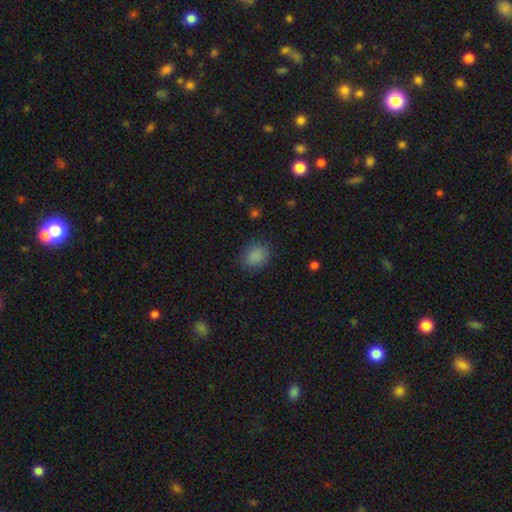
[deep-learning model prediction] A smooth galaxy with no disk features (86%) that is round (54%).

Vote fractions:
- Smooth or featured? smooth: 86% / star or artifact: 10% / featured or disk: 4%
- How rounded? round: 54% / in between: 45% / cigar-shaped: 1%
- Merging? none: 83% / minor disturbance: 13% / major disturbance: 4% / merger: 1%